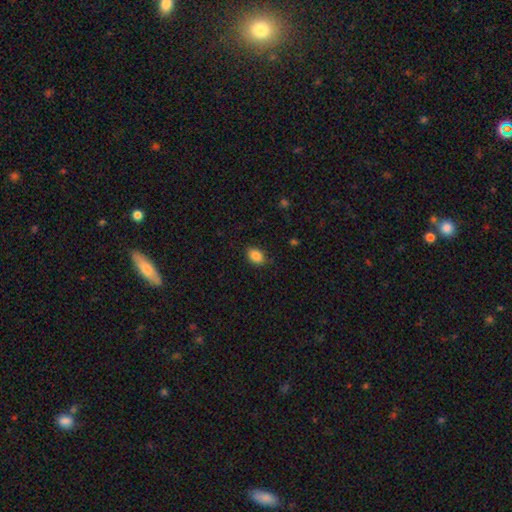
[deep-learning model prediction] A smooth galaxy with no disk features (87%) that is in between round and cigar-shaped (77%).

Vote fractions:
- Smooth or featured? smooth: 87% / star or artifact: 9% / featured or disk: 4%
- How rounded? in between: 77% / round: 22% / cigar-shaped: 1%
- Merging? none: 86% / minor disturbance: 11% / major disturbance: 3% / merger: 1%